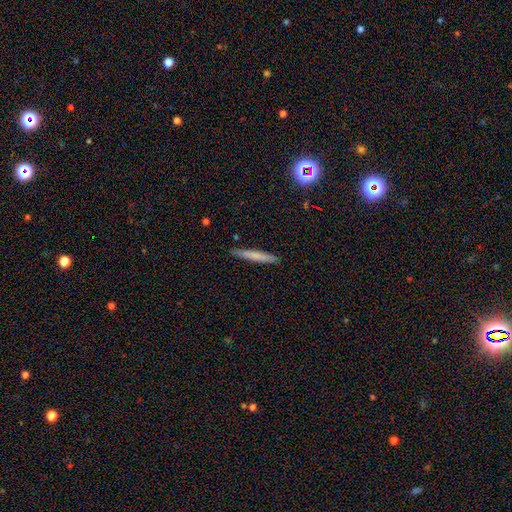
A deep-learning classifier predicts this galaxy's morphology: Q: Smooth or featured?
A: smooth (69%); runner-up: featured or disk (24%)
Q: How rounded?
A: cigar-shaped (95%); runner-up: in between (4%)
Q: Merging?
A: none (89%); runner-up: minor disturbance (9%)